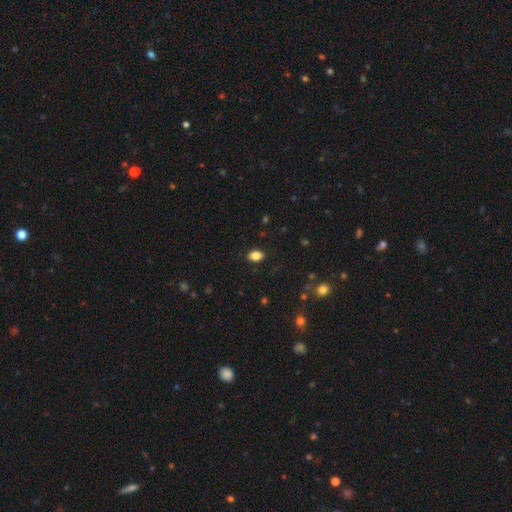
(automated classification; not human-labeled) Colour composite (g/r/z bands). It shows a smooth galaxy with no disk features (86%) that is in between round and cigar-shaped (82%). Merging: none (88%).